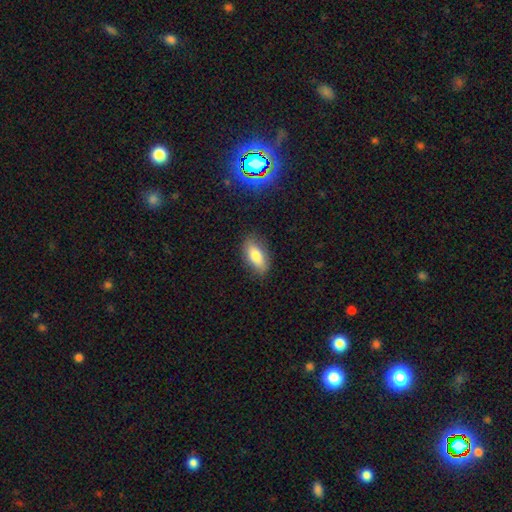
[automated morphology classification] This appears to be a smooth galaxy with no disk features (76%) that is in between round and cigar-shaped (83%). Merging: none (81%).